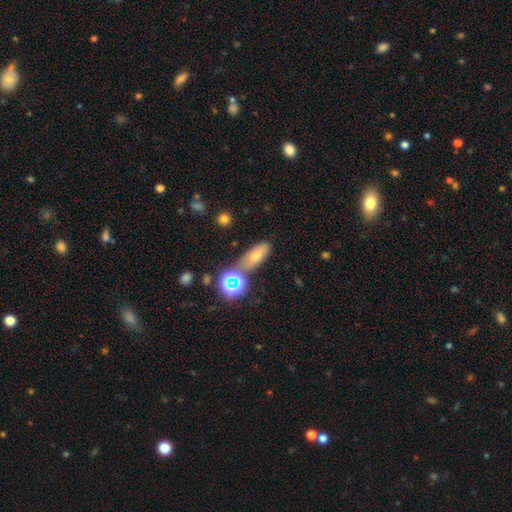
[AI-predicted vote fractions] A smooth galaxy with no disk features (52%) that is in between round and cigar-shaped (68%).

Vote fractions:
- Smooth or featured? smooth: 52% / star or artifact: 27% / featured or disk: 20%
- How rounded? in between: 68% / cigar-shaped: 19% / round: 13%
- Merging? none: 71% / minor disturbance: 14% / merger: 10% / major disturbance: 5%